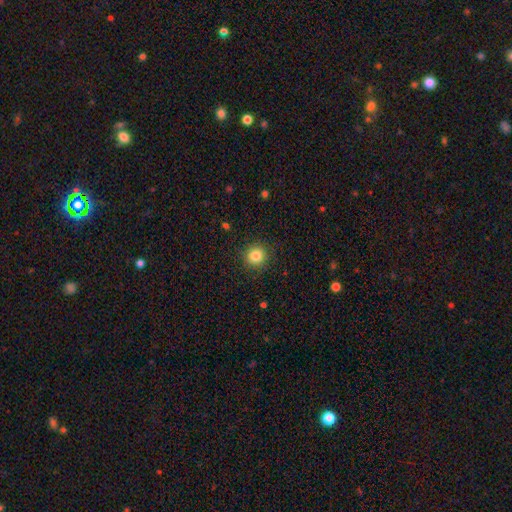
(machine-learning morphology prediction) type=smooth (84%); roundness=round (91%); merging=none (90%).